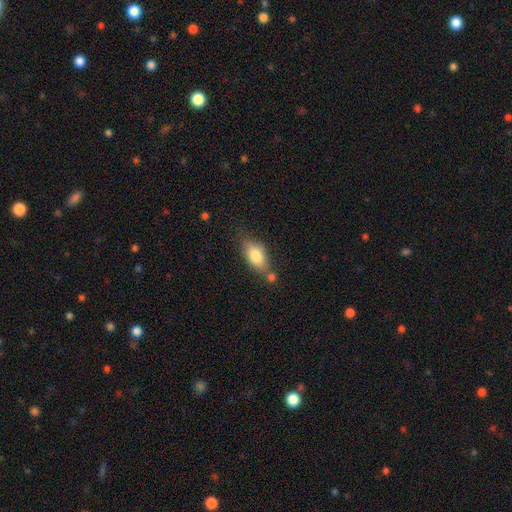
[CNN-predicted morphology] smooth-or-featured: smooth: 79% | featured or disk: 14% | star or artifact: 7%
  how-rounded: in between: 87% | cigar-shaped: 8% | round: 5%
  merging: none: 60% | minor disturbance: 19% | merger: 15% | major disturbance: 5%